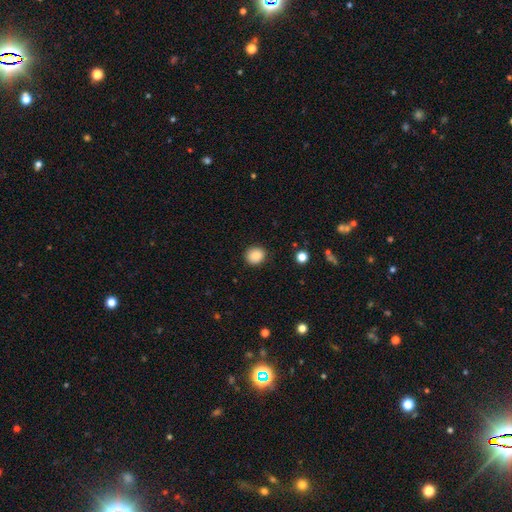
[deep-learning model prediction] This is clearly a smooth galaxy (87%). How rounded: clearly round (82%). Merging: clearly none (88%).